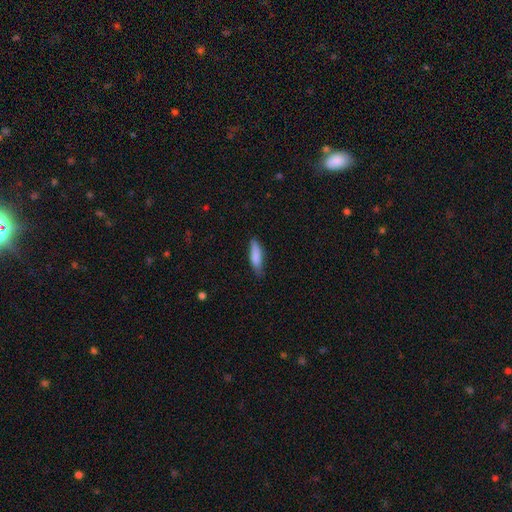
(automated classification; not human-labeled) Smooth or featured? smooth (83%)
How rounded? cigar-shaped (60%)
Merging? none (76%)